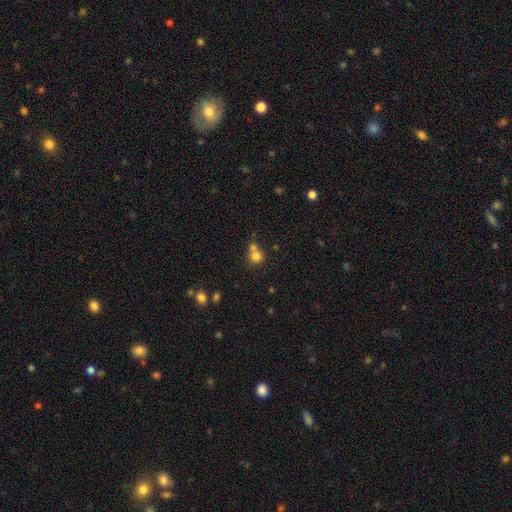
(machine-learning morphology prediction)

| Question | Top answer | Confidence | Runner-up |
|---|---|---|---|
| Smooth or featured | smooth | 78% | star or artifact (13%) |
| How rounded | round | 86% | in between (13%) |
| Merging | none | 45% | merger (44%) |